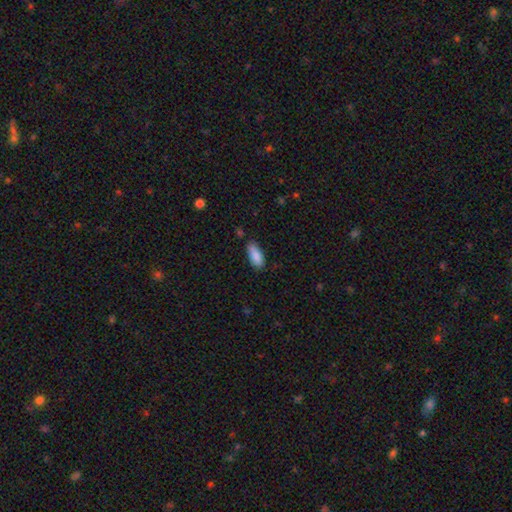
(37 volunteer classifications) Smooth or featured: smooth — 92% (star or artifact — 5%)
How rounded: in between — 76% (cigar-shaped — 24%)
Merging: none — 80% (minor disturbance — 20%)